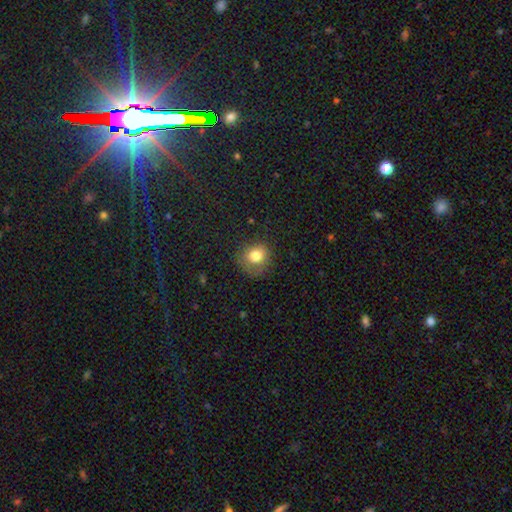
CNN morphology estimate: Smooth or featured? Predicted: smooth (p=0.79). How rounded? Predicted: round (p=0.81). Merging? Predicted: none (p=0.70).